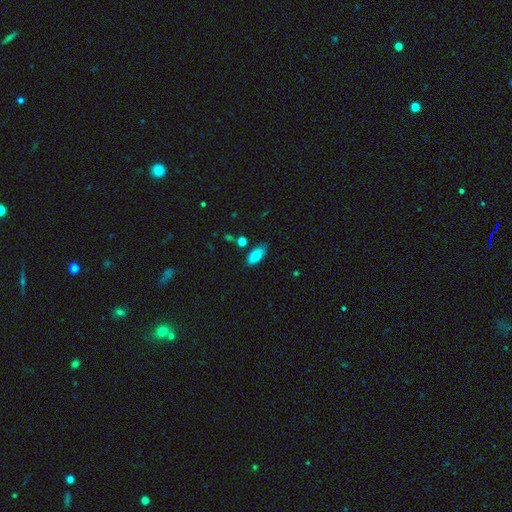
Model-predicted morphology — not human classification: The model was most divided on "merging": none: 71%, minor disturbance: 22%, major disturbance: 4%, merger: 3%. More confident: how rounded — in between (88%); smooth or featured — smooth (85%).